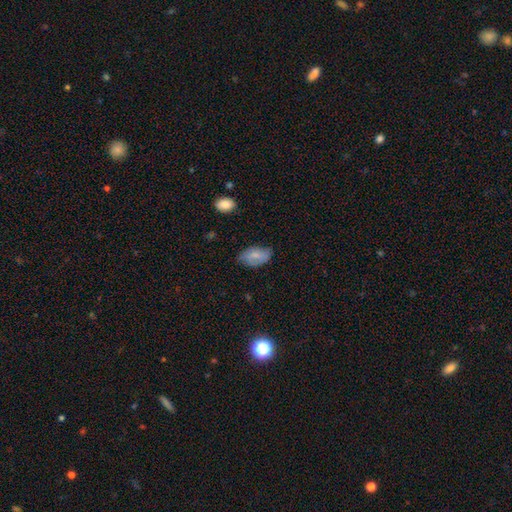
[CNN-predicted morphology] type=smooth (75%); roundness=in between (92%); merging=none (64%).